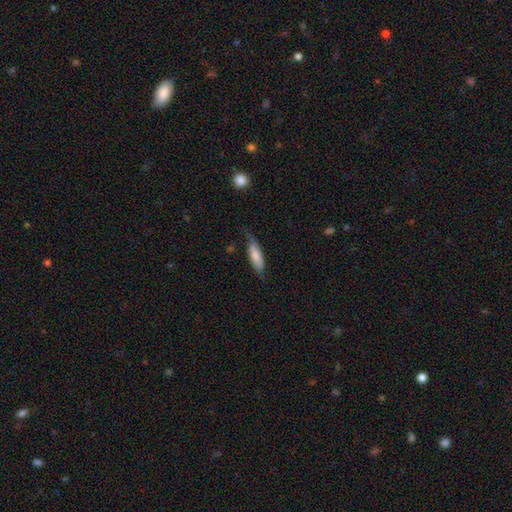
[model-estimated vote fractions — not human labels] A smooth galaxy with no disk features (76%) that is in between round and cigar-shaped (52%). Merging: none (59%).